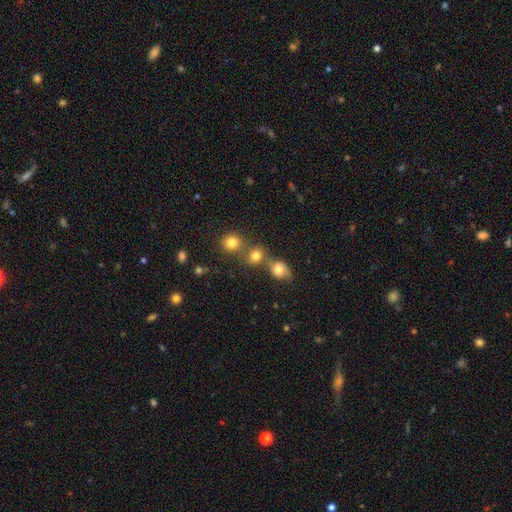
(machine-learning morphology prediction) smooth-or-featured: smooth: 78% | star or artifact: 14% | featured or disk: 8%
  how-rounded: round: 76% | in between: 22% | cigar-shaped: 1%
  merging: none: 54% | merger: 32% | minor disturbance: 9% | major disturbance: 4%